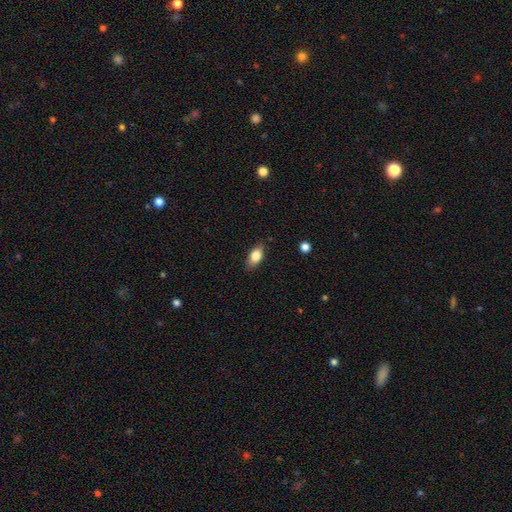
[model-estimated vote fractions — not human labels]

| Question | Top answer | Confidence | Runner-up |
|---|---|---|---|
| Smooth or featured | smooth | 82% | featured or disk (11%) |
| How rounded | in between | 87% | cigar-shaped (7%) |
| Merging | none | 81% | minor disturbance (15%) |